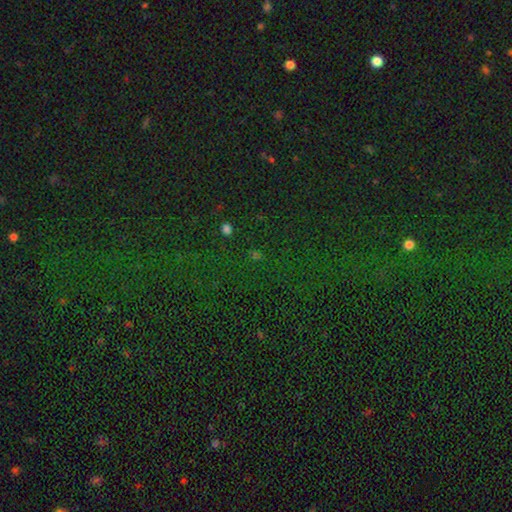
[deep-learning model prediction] smooth_or_featured: star or artifact (p=0.64) [alt: smooth p=0.28]